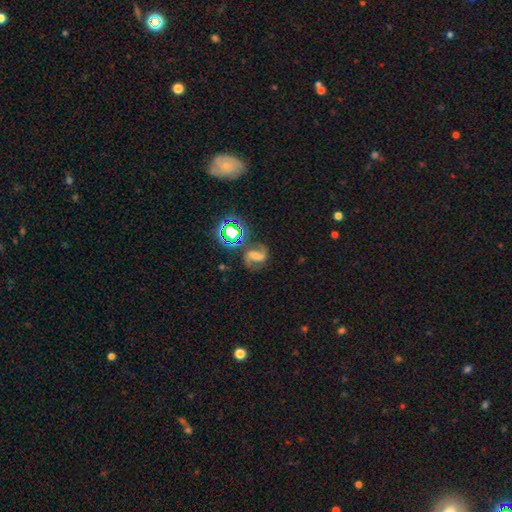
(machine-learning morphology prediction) Q: Smooth or featured?
A: featured or disk (68%); runner-up: star or artifact (18%)
Q: Edge-on disk?
A: no (97%); runner-up: yes (3%)
Q: Bar?
A: strong (45%); runner-up: weak (37%)
Q: Spiral arms?
A: yes (94%); runner-up: no (6%)
Q: Spiral winding?
A: loose (47%); runner-up: medium (42%)
Q: Spiral arm count?
A: 2 (89%); runner-up: 1 (4%)
Q: Bulge size?
A: none (41%); runner-up: small (24%)
Q: Merging?
A: none (68%); runner-up: minor disturbance (16%)